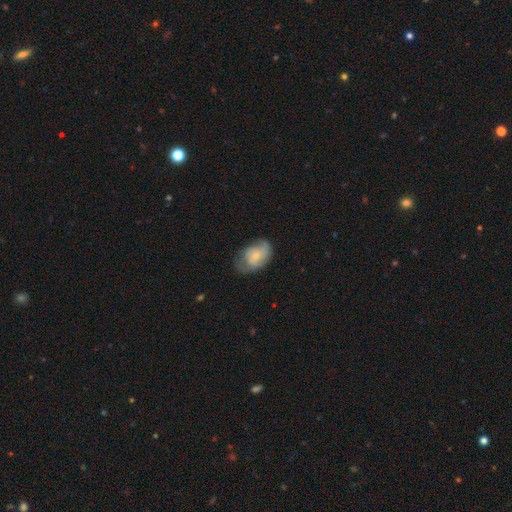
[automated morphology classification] A smooth galaxy with no disk features (50%). Merging: none (52%).